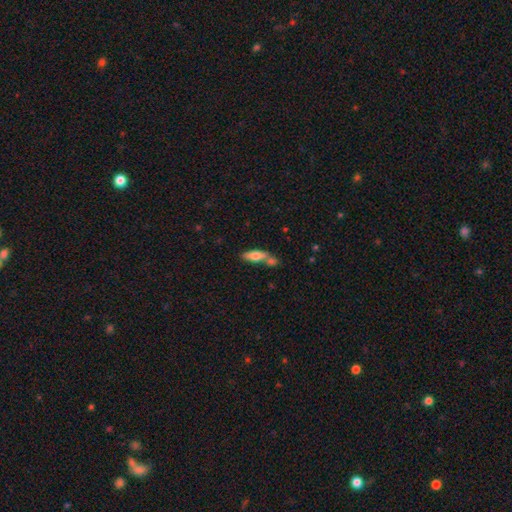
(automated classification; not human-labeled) Overall: smooth (66%; featured or disk 27%). How rounded: in between (55%; cigar-shaped 42%). Merging: none (45%; merger 37%).